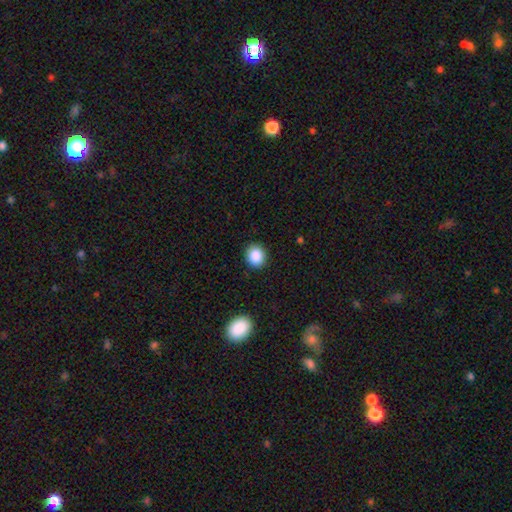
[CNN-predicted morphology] Smooth or featured? Predicted: smooth (p=0.88). How rounded? Predicted: round (p=0.76). Merging? Predicted: none (p=0.91).